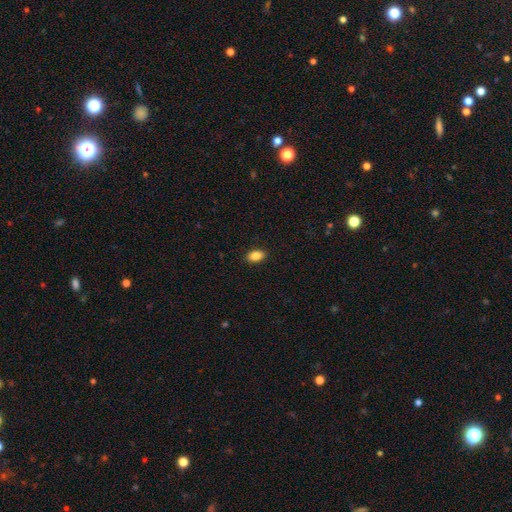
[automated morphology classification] Q: Smooth or featured?
A: smooth (87%); runner-up: star or artifact (8%)
Q: How rounded?
A: in between (89%); runner-up: round (8%)
Q: Merging?
A: none (90%); runner-up: minor disturbance (7%)